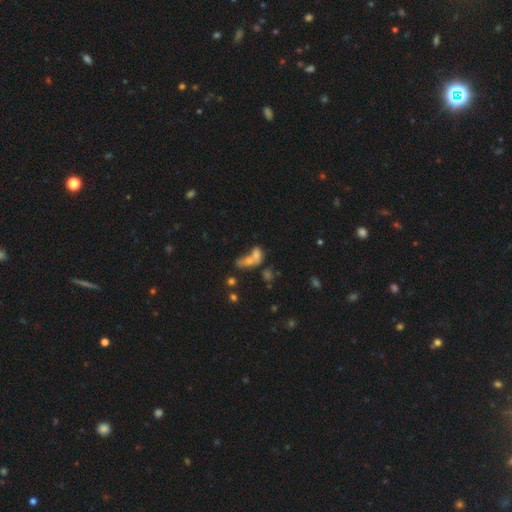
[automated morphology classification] Smooth or featured?
  - smooth: 61% *
  - featured or disk: 22%
  - star or artifact: 17%
How rounded?
  - in between: 73% *
  - round: 17%
  - cigar-shaped: 10%
Merging?
  - merger: 63% *
  - none: 22%
  - major disturbance: 8%
  - minor disturbance: 8%